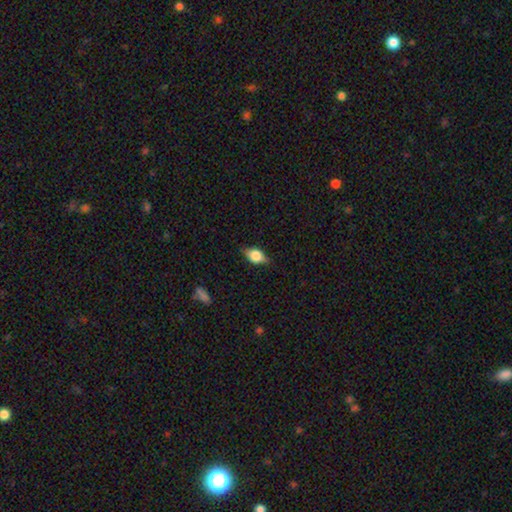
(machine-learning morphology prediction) smooth-or-featured: smooth: 60% | featured or disk: 31% | star or artifact: 9%
  how-rounded: in between: 76% | round: 17% | cigar-shaped: 7%
  merging: none: 78% | minor disturbance: 17% | major disturbance: 4% | merger: 1%